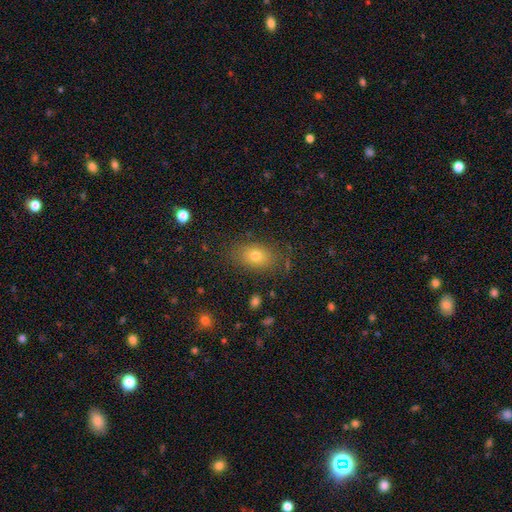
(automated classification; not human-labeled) Overall: smooth (74%). How rounded: in between (78%). Merging: none (81%).